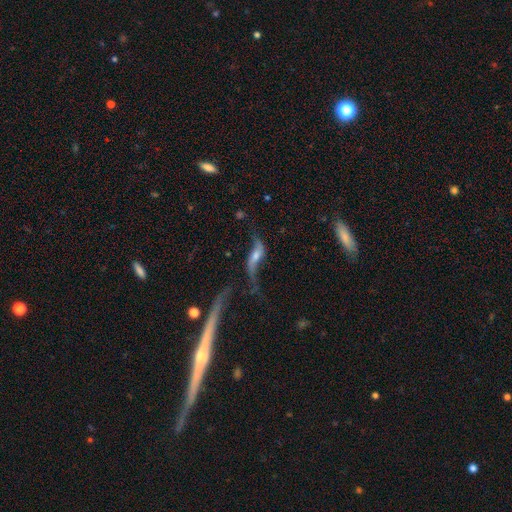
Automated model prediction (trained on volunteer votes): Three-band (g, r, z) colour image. It shows a featured or disk galaxy (76%) with no bar (47%), 2 (88%) loose (92%) spiral arms (85%) and a moderate central bulge (43%). Merging: none (41%).